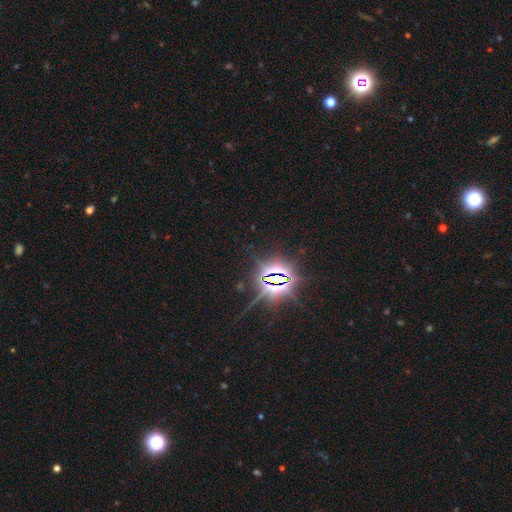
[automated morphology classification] Q: Smooth or featured?
A: star or artifact (86%); runner-up: smooth (7%)